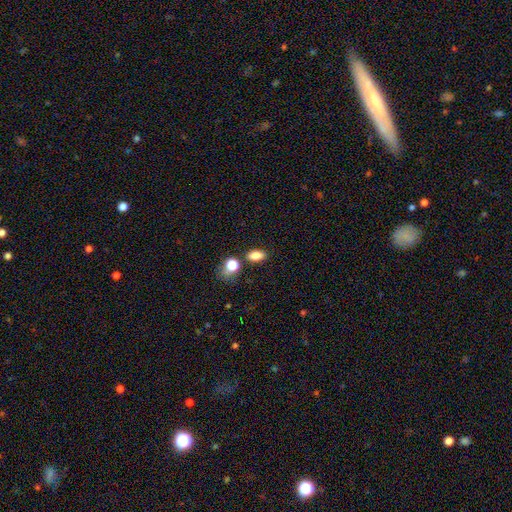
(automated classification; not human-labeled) smooth 82%, star or artifact 11%, featured or disk 7%. Down the decision tree: how rounded — in between (84%); merging — none (77%).